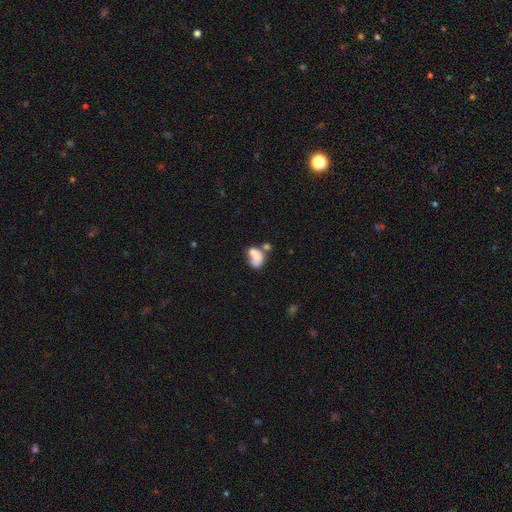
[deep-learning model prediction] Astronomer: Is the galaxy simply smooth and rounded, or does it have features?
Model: smooth — 73%.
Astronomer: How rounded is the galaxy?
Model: in between — 80%.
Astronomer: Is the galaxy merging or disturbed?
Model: merger — 43% (runner-up: none, 24%).